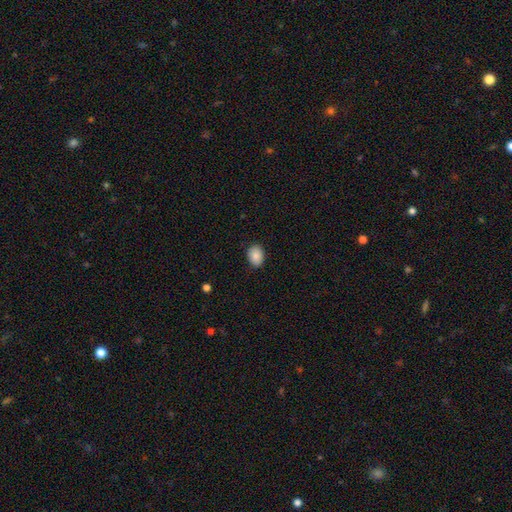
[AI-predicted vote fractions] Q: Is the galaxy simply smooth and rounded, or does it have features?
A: smooth — 88%.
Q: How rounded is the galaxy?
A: in between — 73%.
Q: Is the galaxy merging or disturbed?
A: none — 87%.